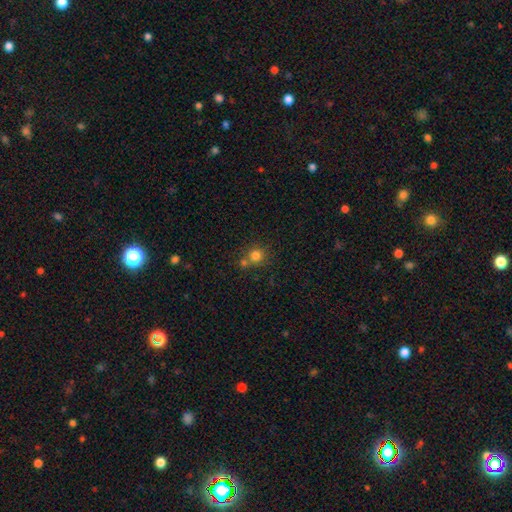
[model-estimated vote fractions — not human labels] Morphology: type=smooth (80%); roundness=round (89%); merging=none (61%).